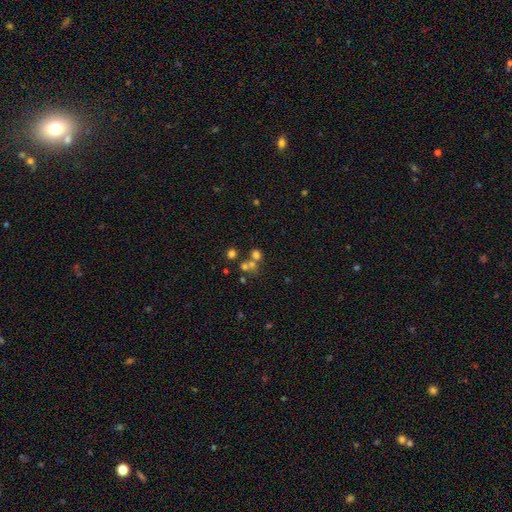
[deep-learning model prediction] Smooth or featured: smooth — 55% (star or artifact — 28%)
How rounded: round — 78% (in between — 21%)
Merging: none — 46% (merger — 41%)